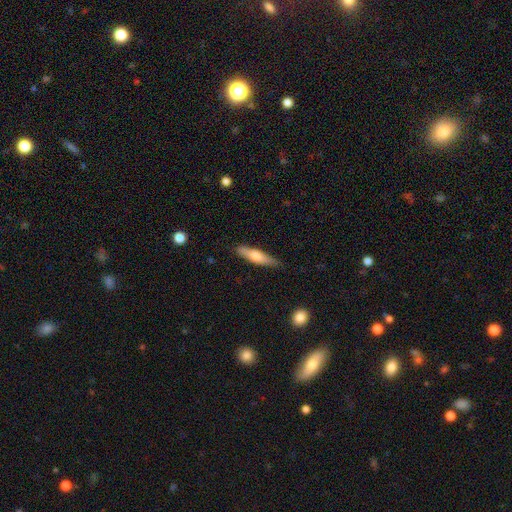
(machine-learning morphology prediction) Smooth or featured?
  - smooth: 62% *
  - featured or disk: 33%
  - star or artifact: 6%
How rounded?
  - cigar-shaped: 78% *
  - in between: 20%
  - round: 2%
Merging?
  - none: 81% *
  - minor disturbance: 15%
  - major disturbance: 3%
  - merger: 1%